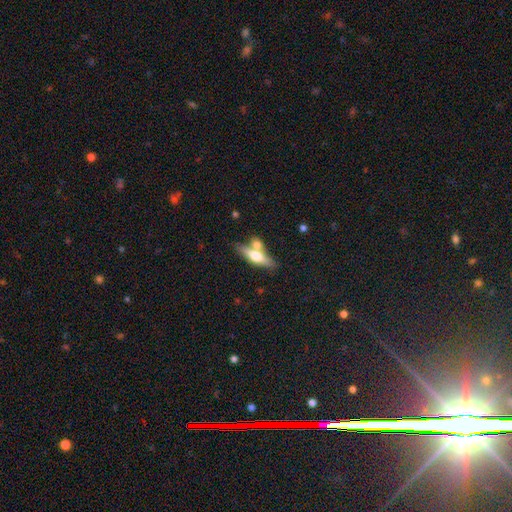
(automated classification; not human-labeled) Overall: smooth (47%; featured or disk 46%). Merging: none (57%; merger 27%).